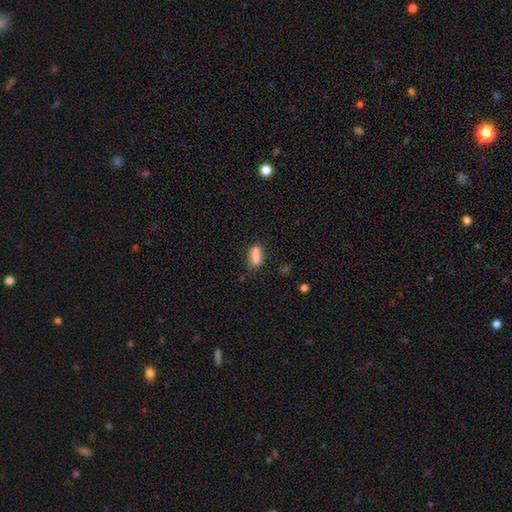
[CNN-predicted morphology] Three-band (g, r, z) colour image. It shows a smooth galaxy with no disk features (83%) that is in between round and cigar-shaped (70%). Merging: none (70%).